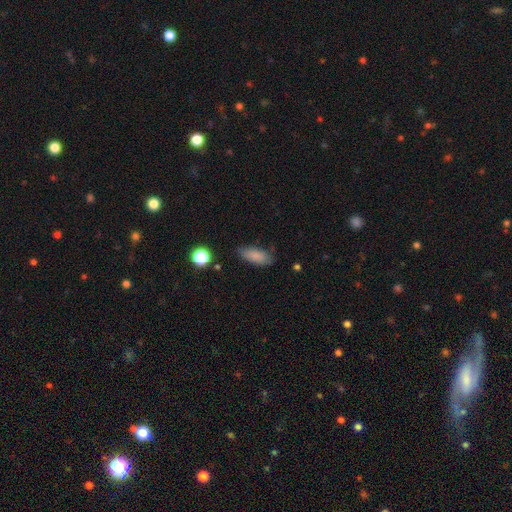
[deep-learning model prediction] A smooth galaxy with no disk features (84%) that is in between round and cigar-shaped (78%). Merging: none (75%).